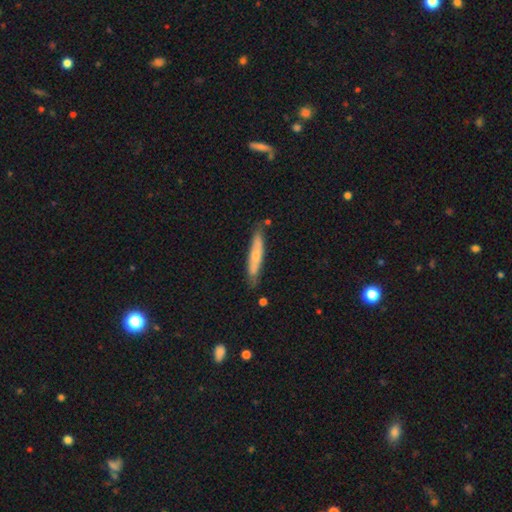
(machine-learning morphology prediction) This appears to be a smooth galaxy with no disk features (55%) that is cigar-shaped (87%). Merging: none (76%).